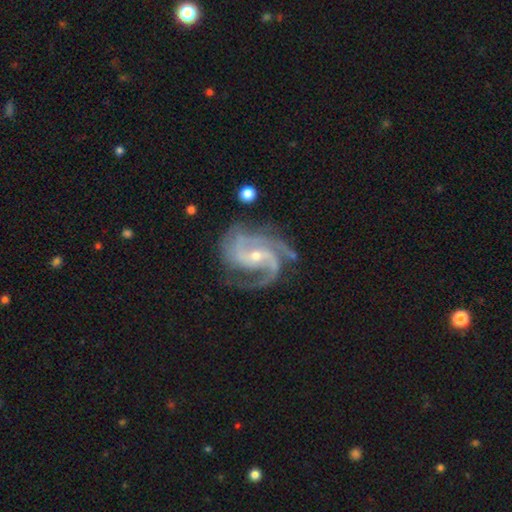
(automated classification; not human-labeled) This appears to be a featured or disk galaxy (92%) with a weak bar (39%), 3 (47%) medium (53%) spiral arms (98%) and a small central bulge (63%). Merging: none (65%).